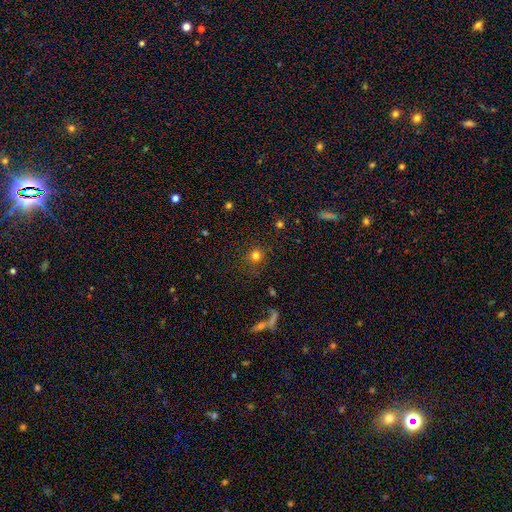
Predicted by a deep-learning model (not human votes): smooth-or-featured: smooth: 78% | star or artifact: 16% | featured or disk: 7%
  how-rounded: round: 91% | in between: 8% | cigar-shaped: 1%
  merging: none: 85% | minor disturbance: 8% | major disturbance: 4% | merger: 2%